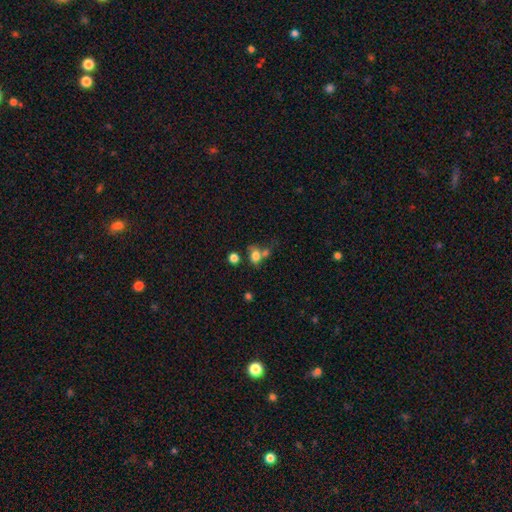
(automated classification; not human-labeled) smooth-or-featured: smooth: 76% | star or artifact: 12% | featured or disk: 11%
  how-rounded: in between: 59% | round: 40% | cigar-shaped: 2%
  merging: none: 40% | merger: 36% | minor disturbance: 15% | major disturbance: 10%